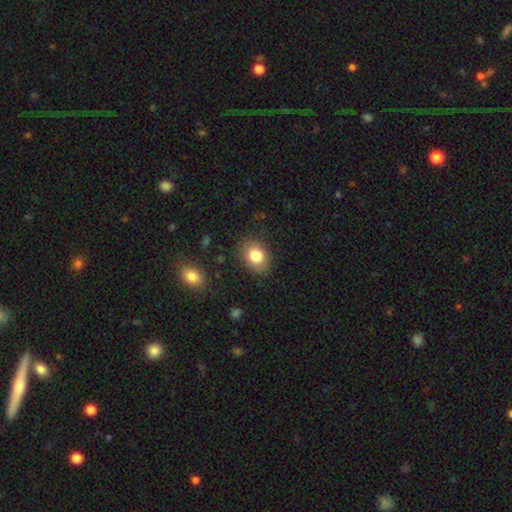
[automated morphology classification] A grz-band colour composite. It shows a smooth galaxy with no disk features (81%) that is in between round and cigar-shaped (61%). Merging: none (83%).